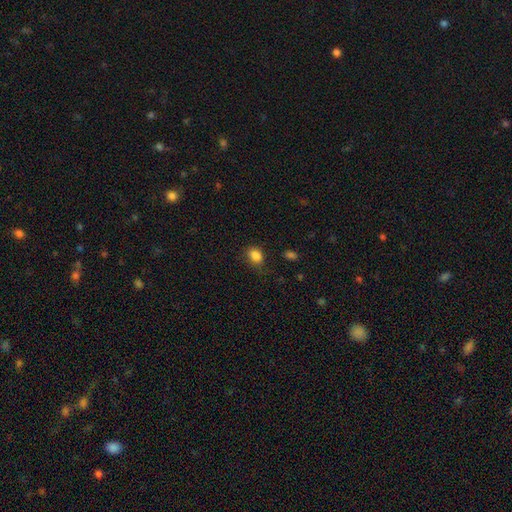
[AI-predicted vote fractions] Q: Smooth or featured?
A: smooth (86%); runner-up: star or artifact (10%)
Q: How rounded?
A: in between (75%); runner-up: round (24%)
Q: Merging?
A: none (75%); runner-up: minor disturbance (18%)